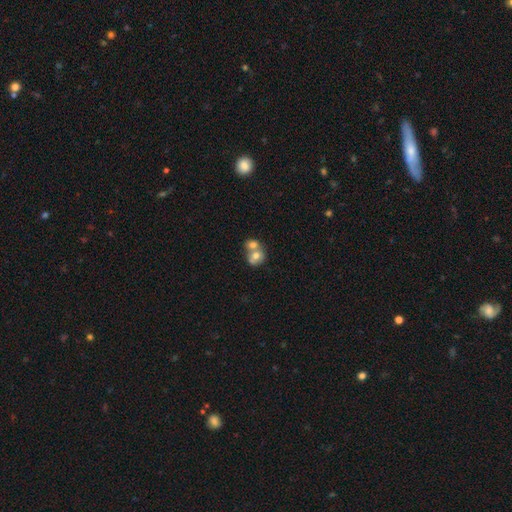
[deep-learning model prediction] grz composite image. It shows a smooth galaxy with no disk features (67%) that is round (62%). Merging: merger (68%).